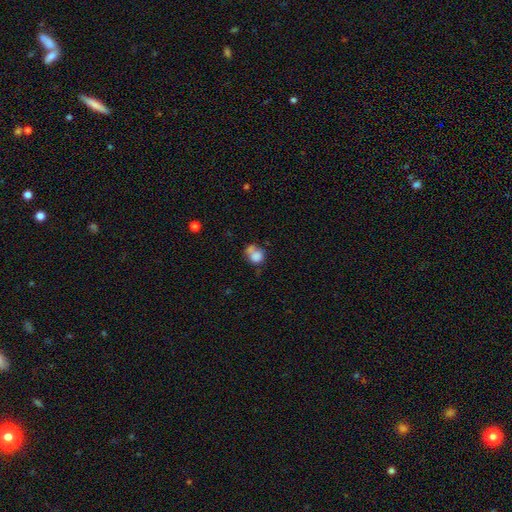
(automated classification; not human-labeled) This is likely a smooth galaxy (77%). How rounded: likely round (67%). Merging: marginally merger (36%).